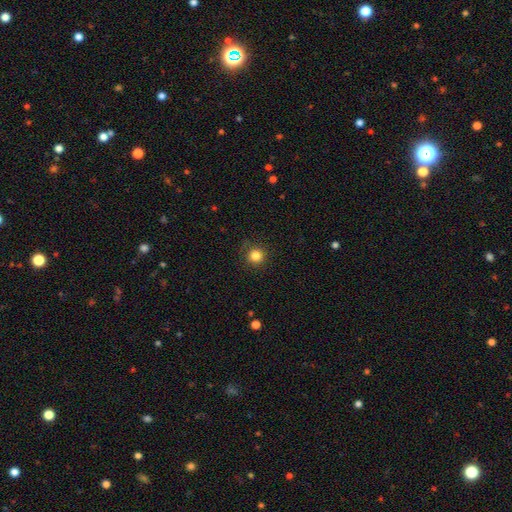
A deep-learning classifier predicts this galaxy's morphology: Smooth or featured?
  - smooth: 83% *
  - star or artifact: 12%
  - featured or disk: 5%
How rounded?
  - round: 94% *
  - in between: 5%
  - cigar-shaped: 1%
Merging?
  - none: 87% *
  - minor disturbance: 9%
  - major disturbance: 3%
  - merger: 1%